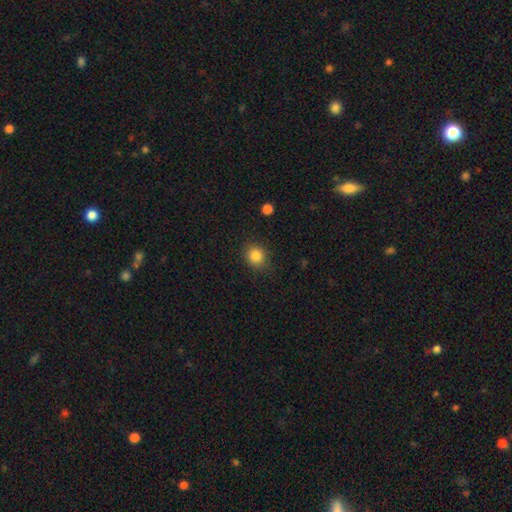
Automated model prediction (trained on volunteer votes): This is clearly a smooth galaxy (85%). How rounded: likely round (79%). Merging: clearly none (86%).